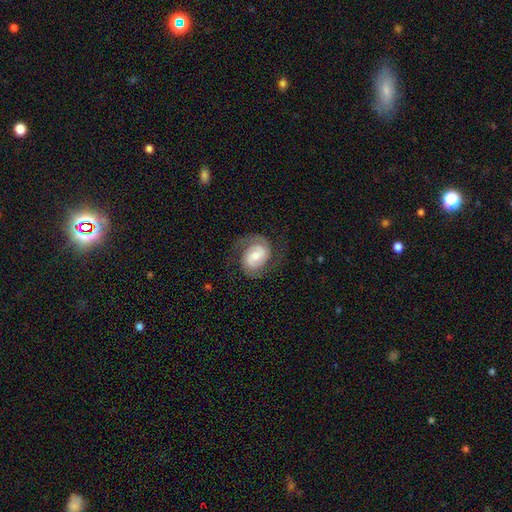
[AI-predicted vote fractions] A featured or disk galaxy (78%) with a weak bar (44%), 2 (86%) medium (44%) spiral arms (95%) and a moderate central bulge (48%).

Vote fractions:
- Smooth or featured? featured or disk: 78% / smooth: 15% / star or artifact: 6%
- Edge-on disk? no: 98% / yes: 2%
- Bar? weak: 44% / no: 43% / strong: 13%
- Spiral arms? yes: 95% / no: 5%
- Spiral winding? medium: 44% / tight: 39% / loose: 17%
- Spiral arm count? 2: 86% / can't tell: 6% / 1: 4% / 3: 2% / 4: 1% / more than 4: 1%
- Bulge size? moderate: 48% / small: 37% / large: 9% / none: 4% / dominant: 2%
- Merging? none: 71% / minor disturbance: 16% / major disturbance: 12% / merger: 1%